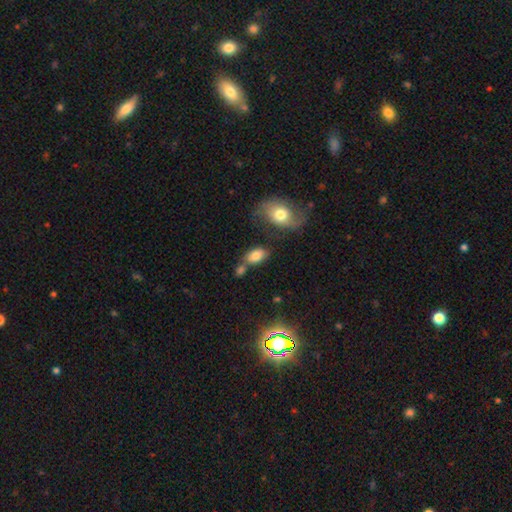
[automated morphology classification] This is likely a smooth galaxy (78%). How rounded: clearly in between (90%). Merging: possibly none (55%).